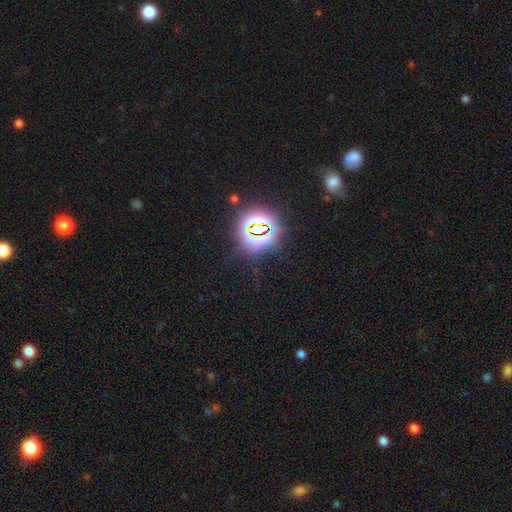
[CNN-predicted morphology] Smooth or featured?
  - star or artifact: 80% *
  - smooth: 14%
  - featured or disk: 6%